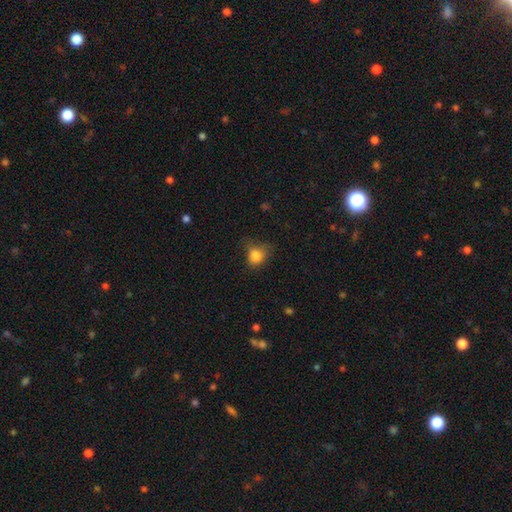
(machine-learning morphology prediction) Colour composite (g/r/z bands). It shows a smooth galaxy with no disk features (82%) that is round (58%). Merging: none (46%).